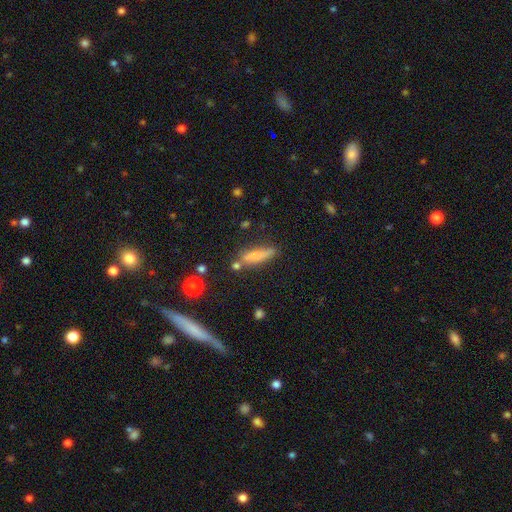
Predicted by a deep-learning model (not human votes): Smooth or featured: smooth — 77% (featured or disk — 14%)
How rounded: cigar-shaped — 67% (in between — 30%)
Merging: none — 63% (minor disturbance — 21%)